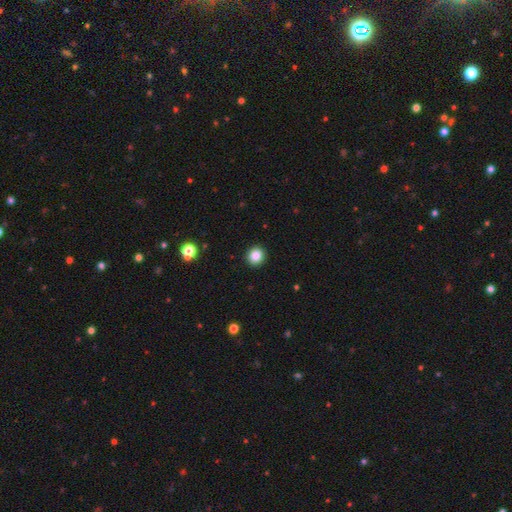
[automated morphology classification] Smooth or featured? Predicted: smooth (p=0.86). How rounded? Predicted: round (p=0.89). Merging? Predicted: none (p=0.92).